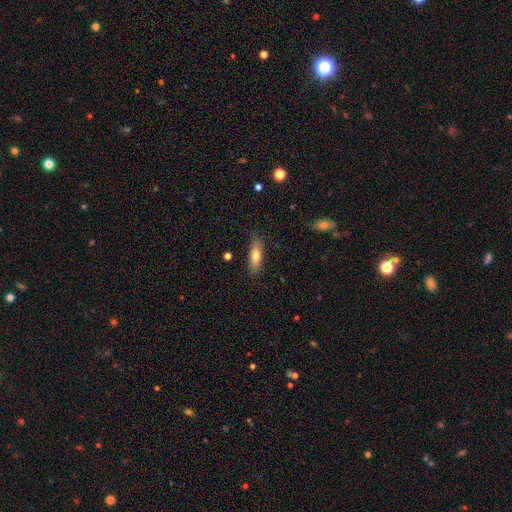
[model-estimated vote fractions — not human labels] Morphology: type=smooth (70%); roundness=cigar-shaped (53%); merging=none (85%).